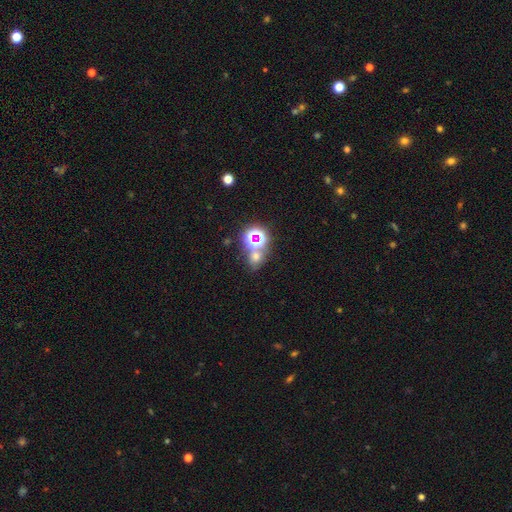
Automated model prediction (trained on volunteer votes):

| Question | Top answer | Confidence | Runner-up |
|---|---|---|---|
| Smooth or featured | star or artifact | 48% | smooth (42%) |